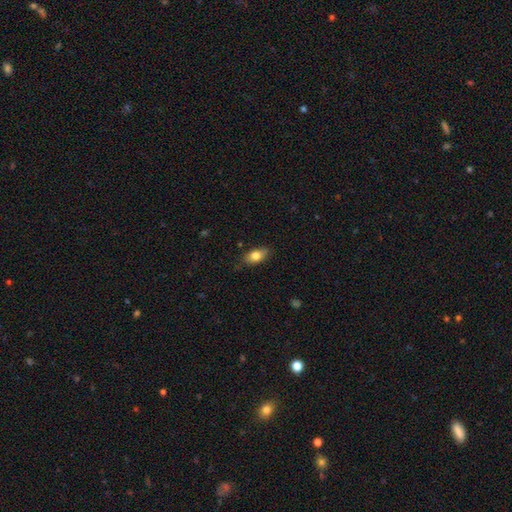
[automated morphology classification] A smooth galaxy with no disk features (79%) that is in between round and cigar-shaped (86%). Merging: none (81%).